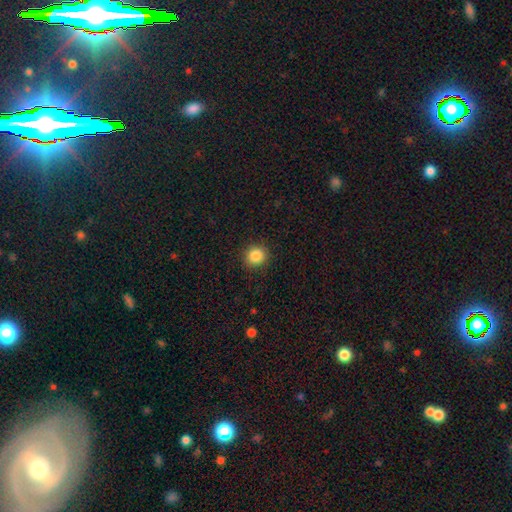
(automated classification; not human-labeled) smooth-or-featured: smooth: 86% | star or artifact: 10% | featured or disk: 4%
  how-rounded: round: 89% | in between: 10% | cigar-shaped: 1%
  merging: none: 91% | minor disturbance: 6% | major disturbance: 2% | merger: 1%